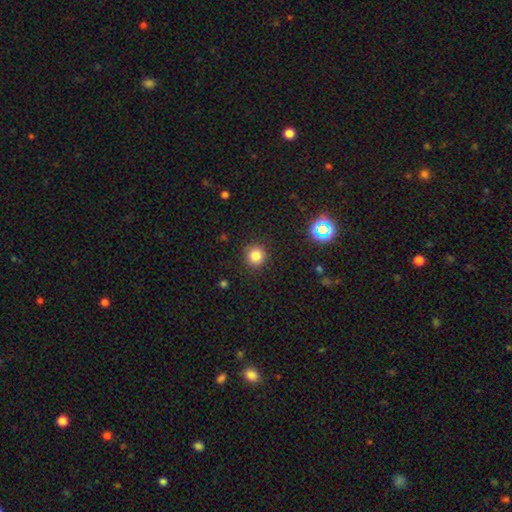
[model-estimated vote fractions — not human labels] A smooth galaxy with no disk features (81%) that is round (94%).

Vote fractions:
- Smooth or featured? smooth: 81% / star or artifact: 13% / featured or disk: 5%
- How rounded? round: 94% / in between: 5% / cigar-shaped: 1%
- Merging? none: 90% / minor disturbance: 7% / major disturbance: 2% / merger: 1%